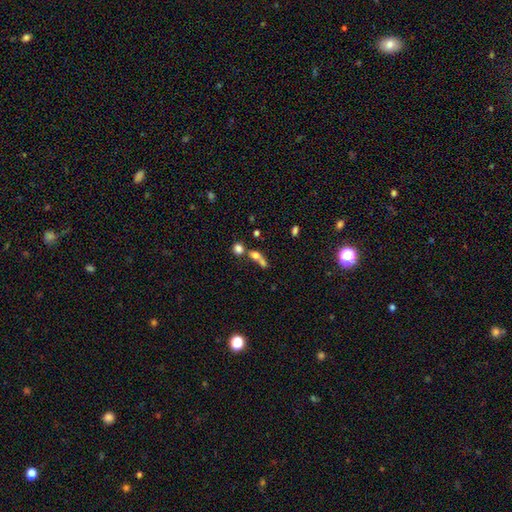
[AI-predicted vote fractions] A smooth galaxy with no disk features (68%) that is round (56%).

Vote fractions:
- Smooth or featured? smooth: 68% / featured or disk: 18% / star or artifact: 14%
- How rounded? round: 56% / in between: 36% / cigar-shaped: 8%
- Merging? merger: 58% / none: 29% / minor disturbance: 7% / major disturbance: 6%